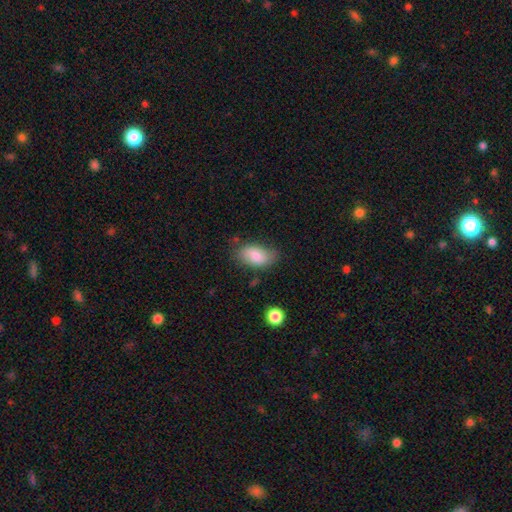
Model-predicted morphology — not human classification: This is likely a smooth galaxy (78%). How rounded: clearly in between (93%). Merging: likely none (68%).